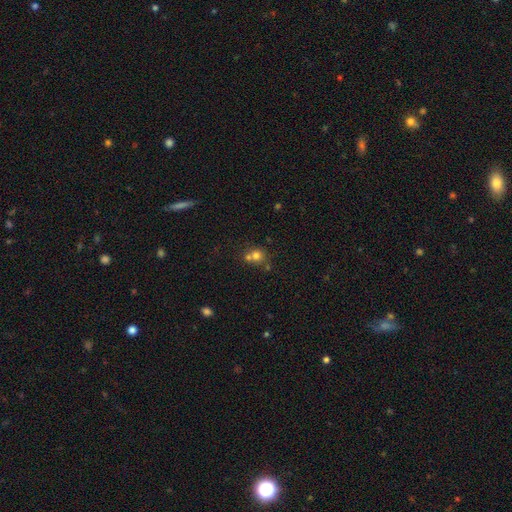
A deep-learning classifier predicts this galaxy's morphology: The model was most divided on "merging": merger: 45%, none: 44%, minor disturbance: 8%, major disturbance: 3%. More confident: how rounded — round (82%); smooth or featured — smooth (70%).